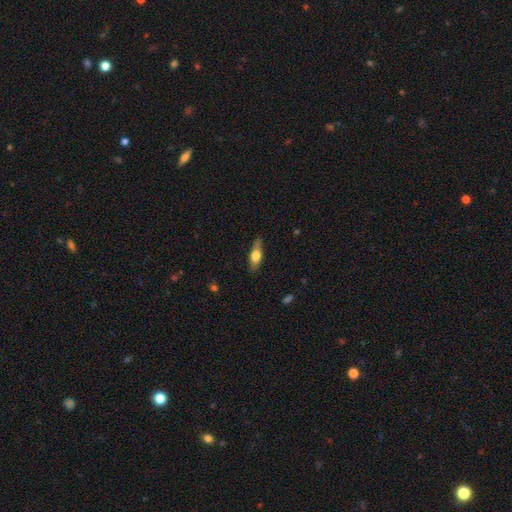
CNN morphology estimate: This is likely a smooth galaxy (62%). How rounded: likely in between (61%). Merging: likely none (76%).